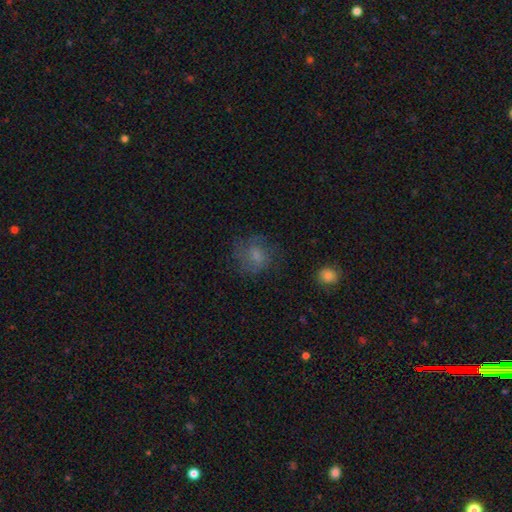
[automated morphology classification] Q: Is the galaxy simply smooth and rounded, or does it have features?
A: smooth — 60%.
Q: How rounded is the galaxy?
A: round — 72%.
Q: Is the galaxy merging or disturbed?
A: none — 59%.